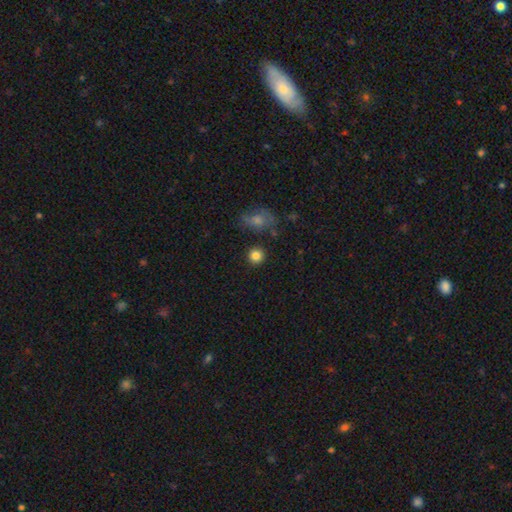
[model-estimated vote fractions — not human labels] A smooth galaxy with no disk features (84%) that is round (90%).

Vote fractions:
- Smooth or featured? smooth: 84% / star or artifact: 10% / featured or disk: 5%
- How rounded? round: 90% / in between: 9% / cigar-shaped: 1%
- Merging? none: 86% / minor disturbance: 8% / merger: 4% / major disturbance: 3%